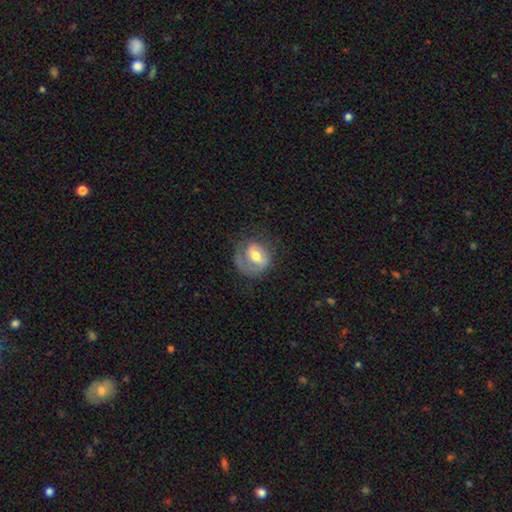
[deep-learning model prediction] A featured or disk galaxy (52%). Merging: none (54%).